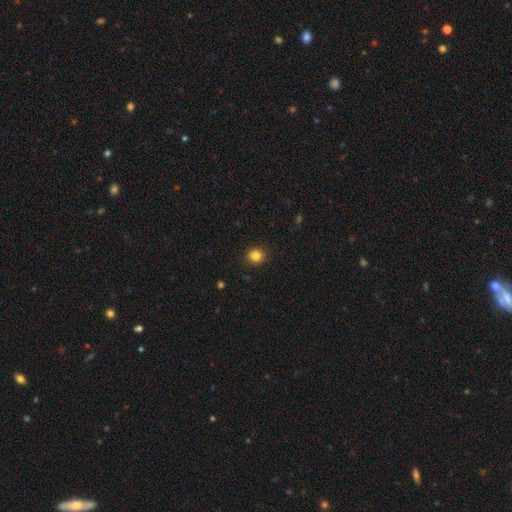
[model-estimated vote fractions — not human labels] Q: Smooth or featured?
A: smooth (84%); runner-up: star or artifact (12%)
Q: How rounded?
A: round (86%); runner-up: in between (13%)
Q: Merging?
A: none (90%); runner-up: minor disturbance (7%)